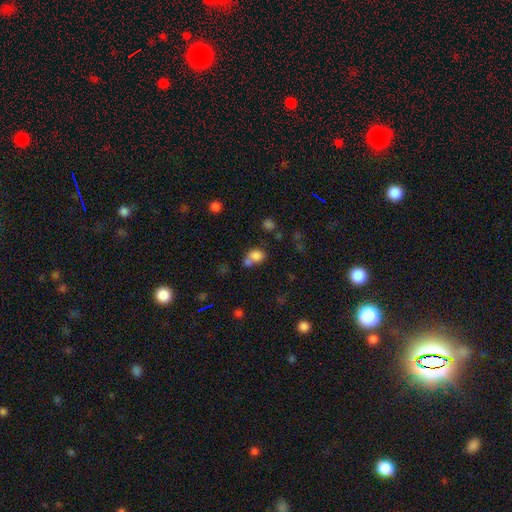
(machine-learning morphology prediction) This appears to be a smooth galaxy with no disk features (80%) that is in between round and cigar-shaped (54%). Merging: merger (46%).